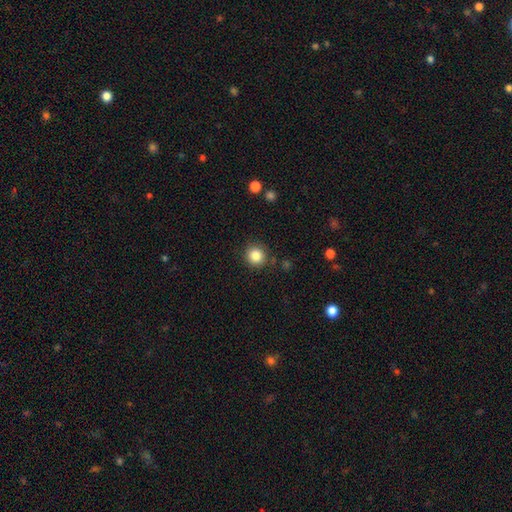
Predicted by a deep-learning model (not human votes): This appears to be a smooth galaxy with no disk features (85%) that is round (91%). Merging: none (87%).